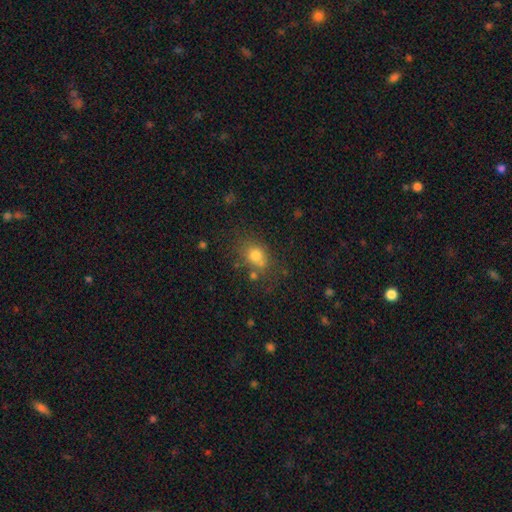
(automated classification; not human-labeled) This is likely a smooth galaxy (74%). How rounded: likely round (63%). Merging: possibly none (59%).